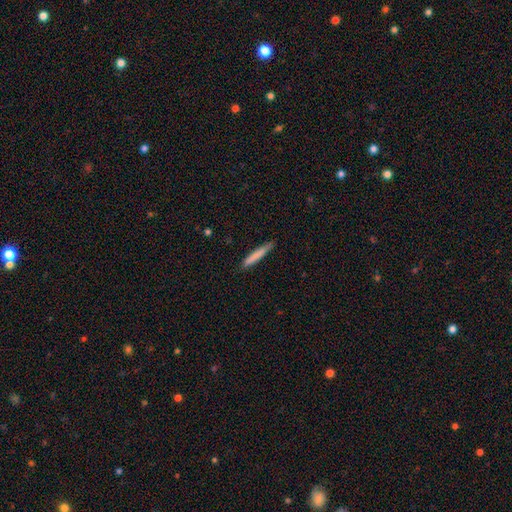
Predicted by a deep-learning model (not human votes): Smooth or featured? smooth (79%)
How rounded? cigar-shaped (95%)
Merging? none (87%)